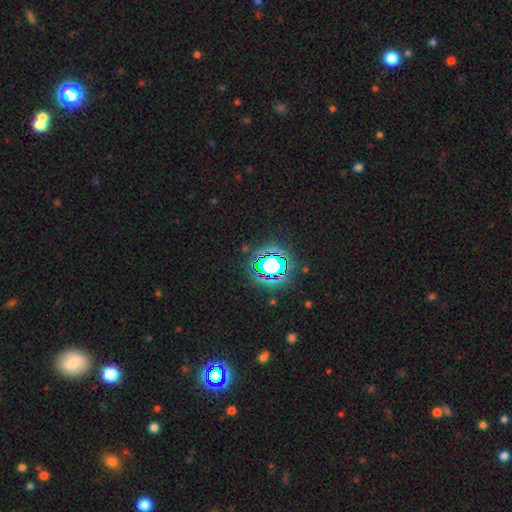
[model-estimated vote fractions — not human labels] The model was most divided on "smooth or featured": star or artifact: 81%, smooth: 12%, featured or disk: 7%.